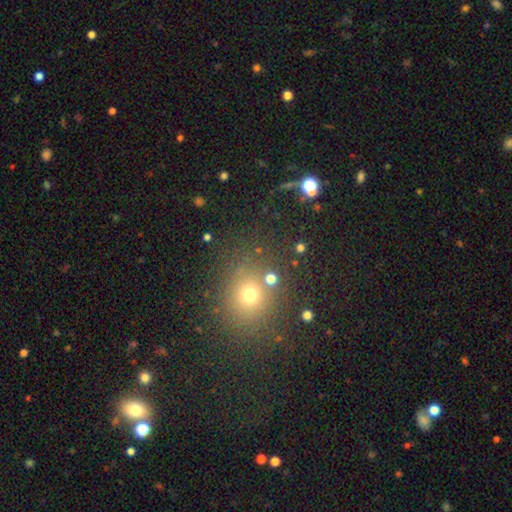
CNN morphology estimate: type=smooth (54%); roundness=round (77%); merging=none (79%).